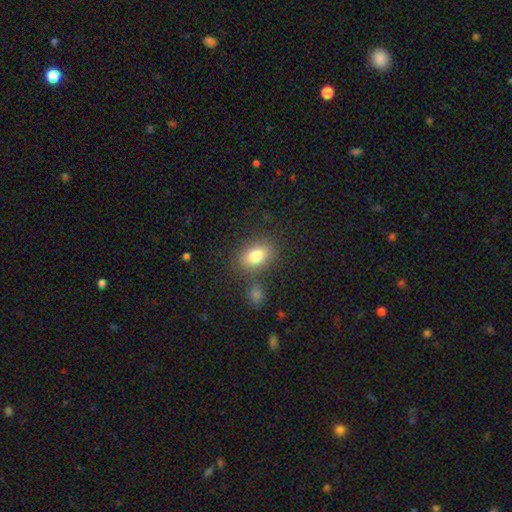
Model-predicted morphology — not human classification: This appears to be a smooth galaxy with no disk features (81%) that is in between round and cigar-shaped (84%). Merging: none (76%).